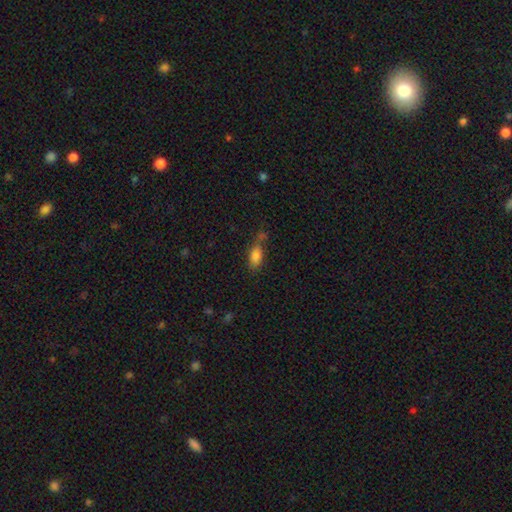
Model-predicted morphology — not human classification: A smooth galaxy with no disk features (83%) that is in between round and cigar-shaped (86%).

Vote fractions:
- Smooth or featured? smooth: 83% / star or artifact: 10% / featured or disk: 7%
- How rounded? in between: 86% / cigar-shaped: 10% / round: 4%
- Merging? none: 50% / merger: 21% / minor disturbance: 21% / major disturbance: 8%